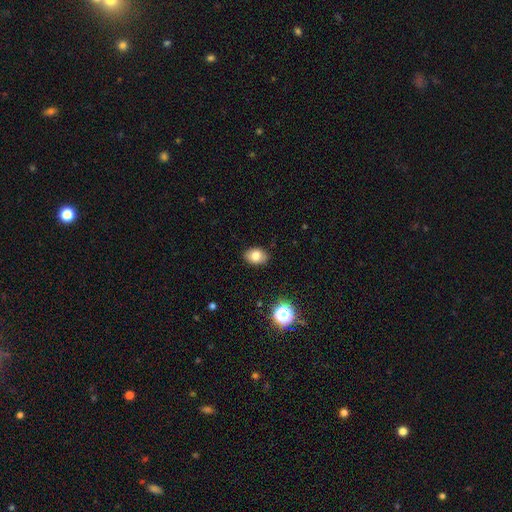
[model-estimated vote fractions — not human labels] Smooth or featured: smooth — 80% (star or artifact — 11%)
How rounded: in between — 75% (round — 23%)
Merging: none — 87% (minor disturbance — 10%)